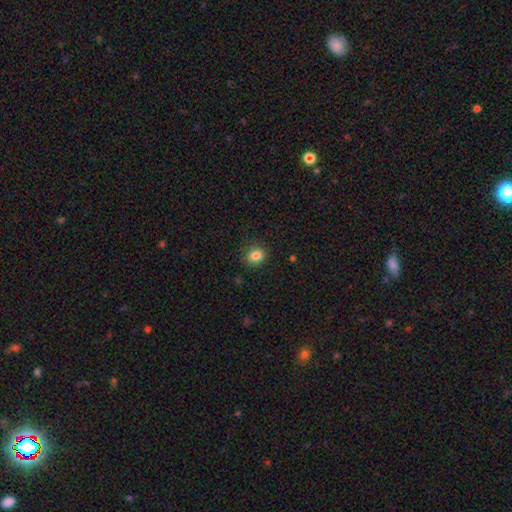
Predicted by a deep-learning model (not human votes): Smooth or featured? smooth (83%)
How rounded? round (62%)
Merging? none (87%)